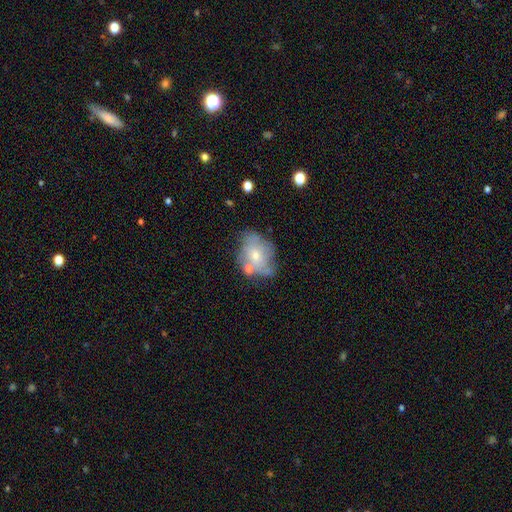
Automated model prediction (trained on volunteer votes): A featured or disk galaxy (51%).

Vote fractions:
- Smooth or featured? featured or disk: 51% / smooth: 41% / star or artifact: 8%
- Edge-on disk? no: 96% / yes: 4%
- Merging? none: 42% / minor disturbance: 28% / merger: 15% / major disturbance: 14%